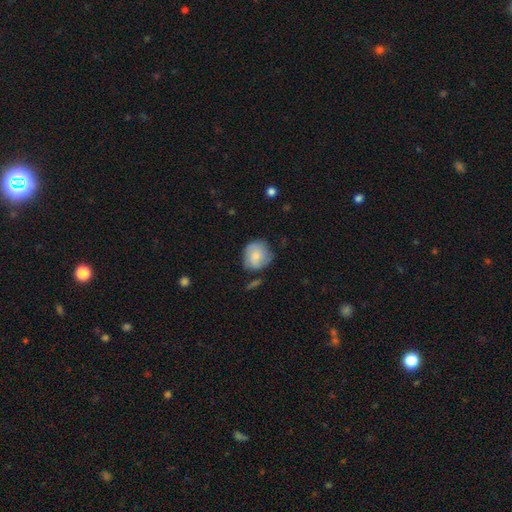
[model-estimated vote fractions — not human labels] Smooth or featured? Predicted: smooth (p=0.72). How rounded? Predicted: round (p=0.74). Merging? Predicted: none (p=0.58).